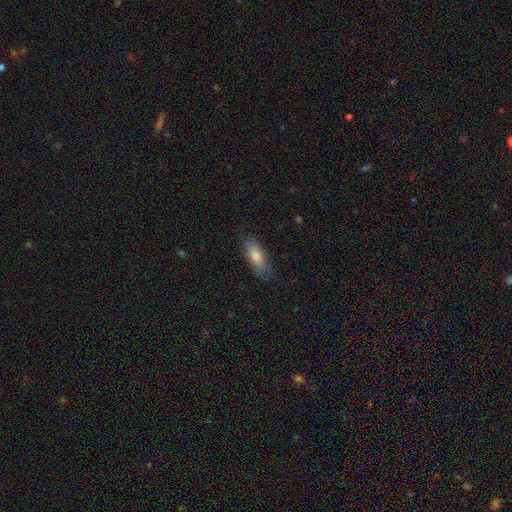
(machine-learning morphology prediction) smooth-or-featured: smooth: 75% | featured or disk: 18% | star or artifact: 7%
  how-rounded: in between: 70% | cigar-shaped: 28% | round: 2%
  merging: none: 81% | minor disturbance: 15% | major disturbance: 3% | merger: 1%